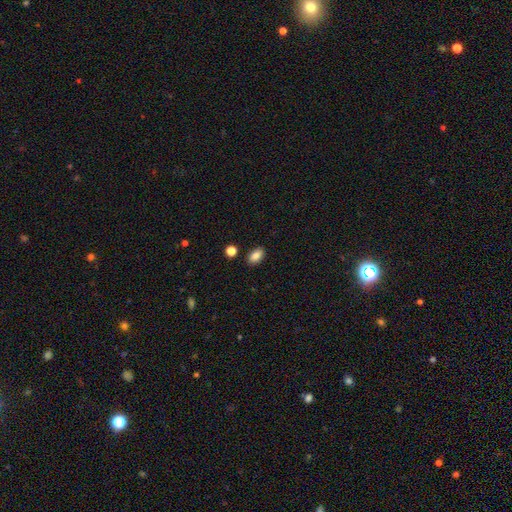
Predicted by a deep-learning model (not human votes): Smooth or featured? Predicted: smooth (p=0.85). How rounded? Predicted: in between (p=0.89). Merging? Predicted: none (p=0.86).